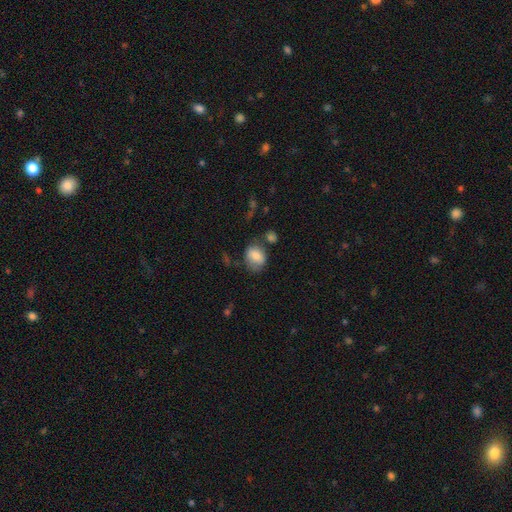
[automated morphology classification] smooth_or_featured: smooth (p=0.77) [alt: featured or disk p=0.14]
how_rounded: in between (p=0.58) [alt: round p=0.40]
merging: none (p=0.58) [alt: minor disturbance p=0.24]